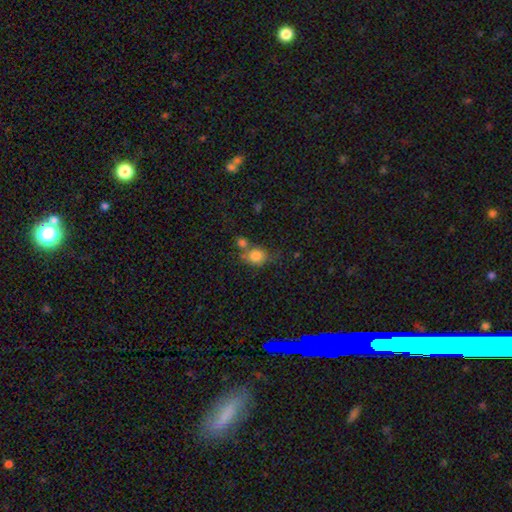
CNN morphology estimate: type=smooth (81%); roundness=round (63%); merging=none (43%).